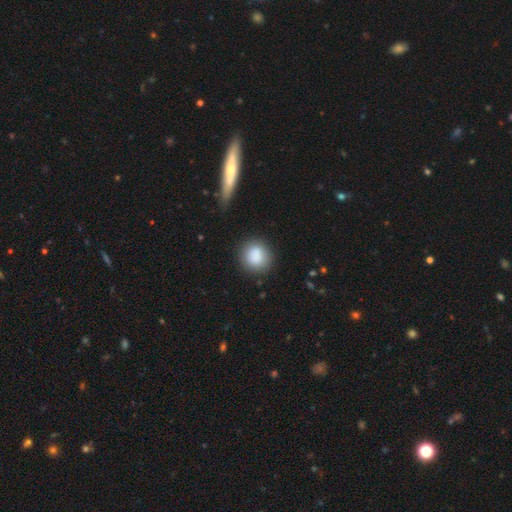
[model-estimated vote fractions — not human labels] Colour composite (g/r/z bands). It shows a smooth galaxy with no disk features (86%) that is round (80%). Merging: none (79%).